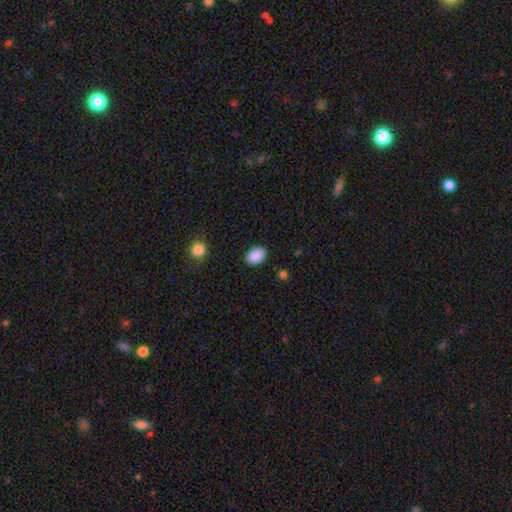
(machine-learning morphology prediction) Smooth or featured? smooth (89%)
How rounded? in between (78%)
Merging? none (87%)